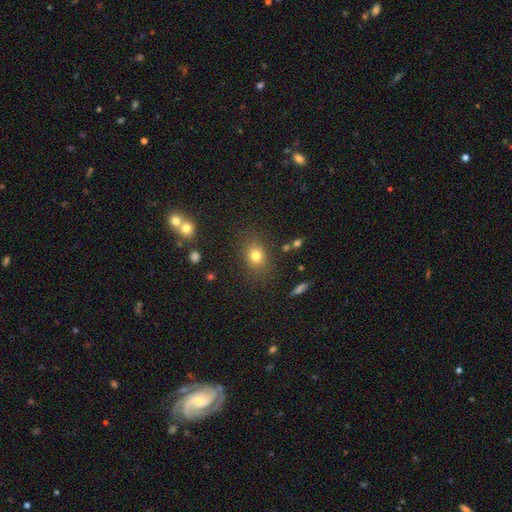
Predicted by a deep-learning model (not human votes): Smooth or featured? smooth (76%)
How rounded? in between (53%)
Merging? none (82%)